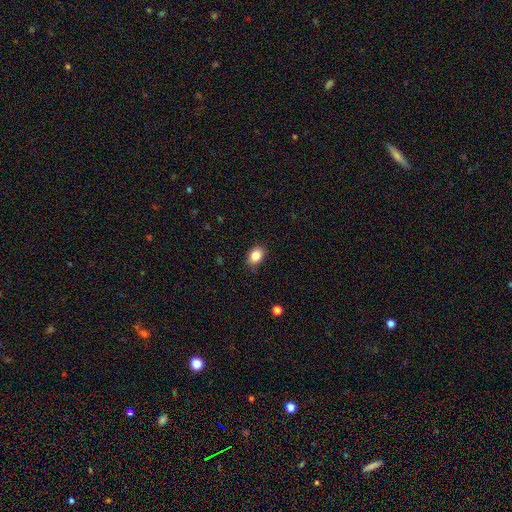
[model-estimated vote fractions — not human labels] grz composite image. It shows a smooth galaxy with no disk features (84%) that is in between round and cigar-shaped (73%). Merging: none (84%).